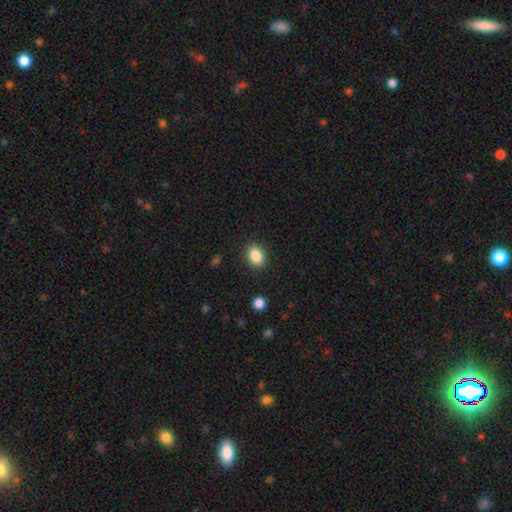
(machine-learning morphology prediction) Overall: smooth (87%). How rounded: in between (57%; round 42%). Merging: none (88%).